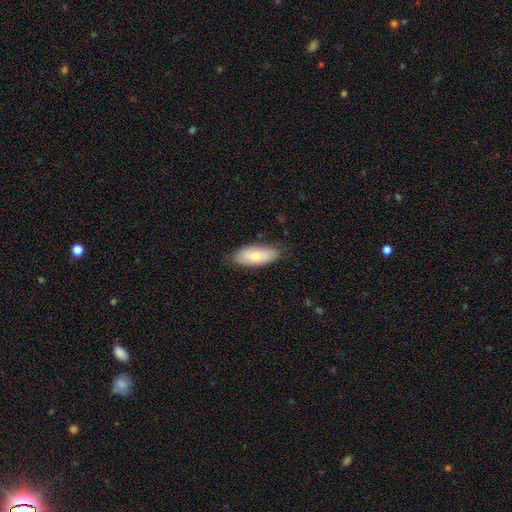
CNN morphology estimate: The model was most divided on "smooth or featured": smooth: 69%, featured or disk: 25%, star or artifact: 6%. More confident: how rounded — in between (83%); merging — none (80%).